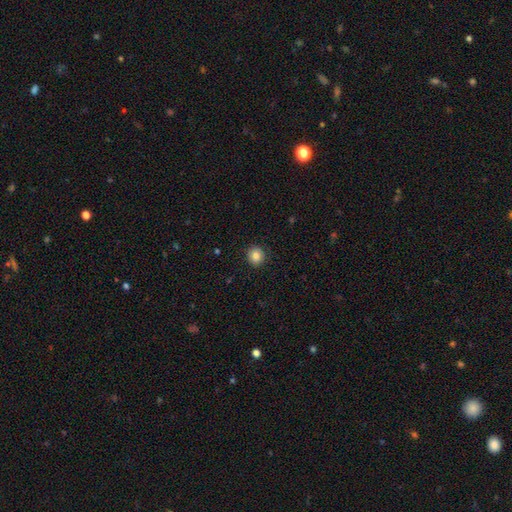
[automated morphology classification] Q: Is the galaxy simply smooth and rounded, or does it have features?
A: smooth — 84%.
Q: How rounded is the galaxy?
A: round — 88%.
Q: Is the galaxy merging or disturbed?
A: none — 91%.